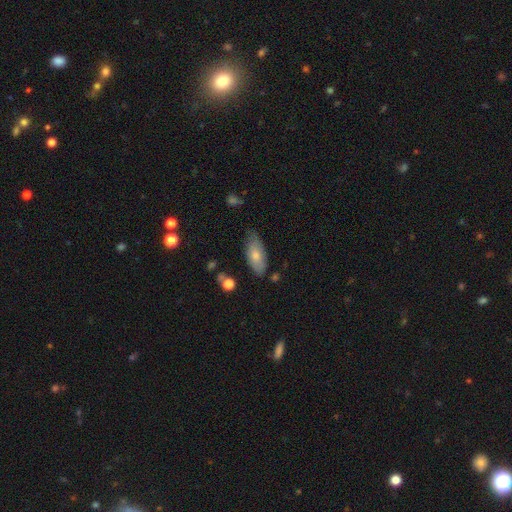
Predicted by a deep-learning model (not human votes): Smooth or featured: smooth — 72% (featured or disk — 22%)
How rounded: in between — 87% (cigar-shaped — 11%)
Merging: none — 65% (minor disturbance — 27%)